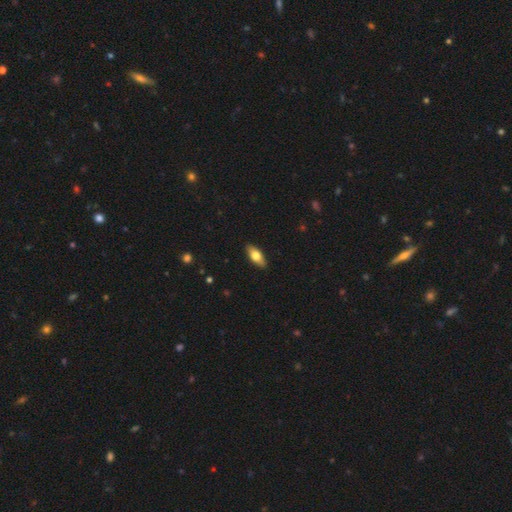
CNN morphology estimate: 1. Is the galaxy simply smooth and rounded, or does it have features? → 69% smooth, 25% featured or disk, 6% star or artifact.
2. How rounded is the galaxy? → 82% in between, 15% cigar-shaped, 3% round.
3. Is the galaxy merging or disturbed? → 89% none, 8% minor disturbance, 2% major disturbance, 1% merger.